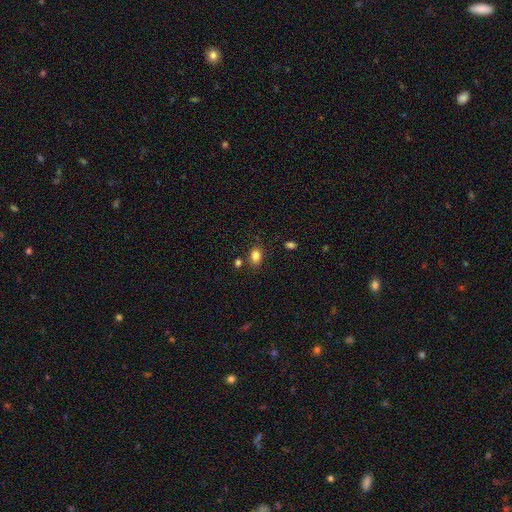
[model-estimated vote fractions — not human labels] Smooth or featured? smooth (83%)
How rounded? in between (76%)
Merging? none (79%)